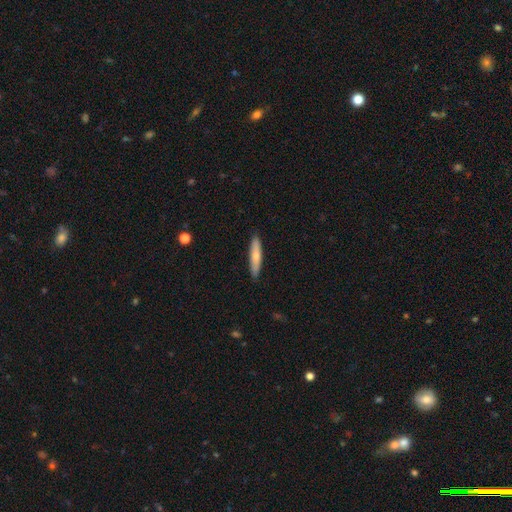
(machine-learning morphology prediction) smooth-or-featured: smooth: 71% | featured or disk: 24% | star or artifact: 5%
  how-rounded: cigar-shaped: 85% | in between: 13% | round: 1%
  merging: none: 89% | minor disturbance: 8% | major disturbance: 1% | merger: 1%